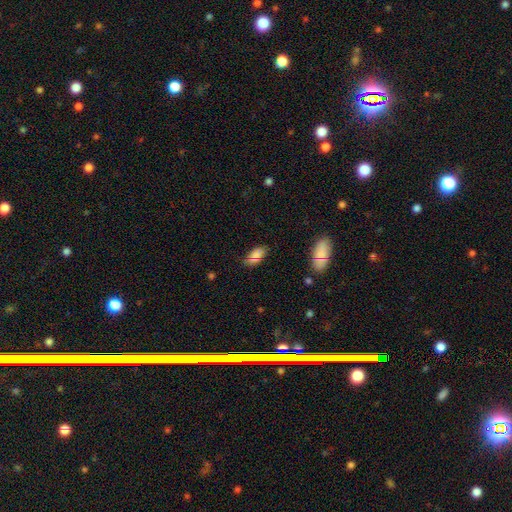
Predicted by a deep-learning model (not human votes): This appears to be a smooth galaxy with no disk features (71%) that is in between round and cigar-shaped (90%). Merging: none (75%).